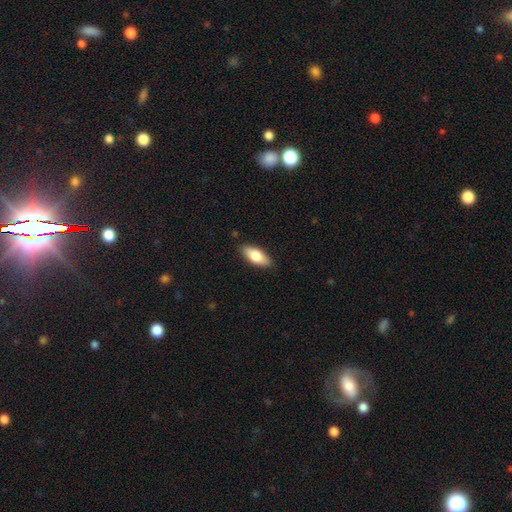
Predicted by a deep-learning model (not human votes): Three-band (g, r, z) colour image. It shows a smooth galaxy with no disk features (78%) that is in between round and cigar-shaped (82%). Merging: none (87%).